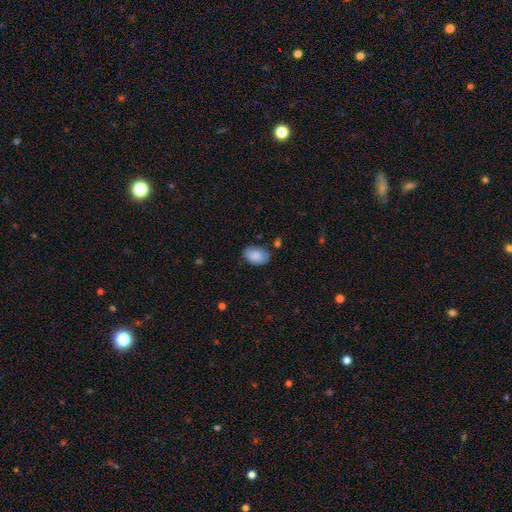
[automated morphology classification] The model was most divided on "merging": none: 76%, minor disturbance: 17%, major disturbance: 4%, merger: 3%. More confident: how rounded — in between (87%); smooth or featured — smooth (86%).